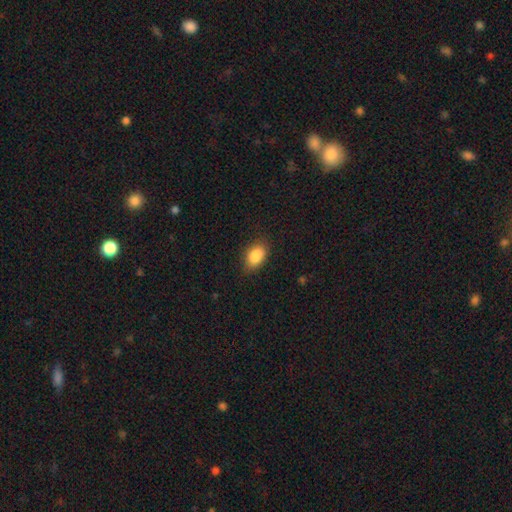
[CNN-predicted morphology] smooth_or_featured: smooth (p=0.88) [alt: star or artifact p=0.07]
how_rounded: in between (p=0.89) [alt: round p=0.09]
merging: none (p=0.82) [alt: minor disturbance p=0.14]